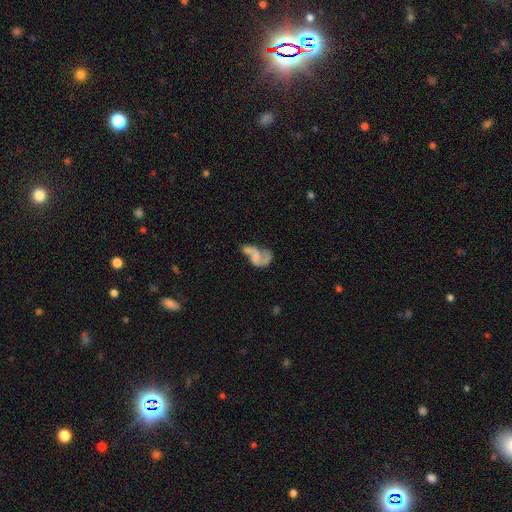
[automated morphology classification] A featured or disk galaxy (65%) with no bar (60%), spiral arms (74%) and no central bulge (60%). Merging: major disturbance (32%).